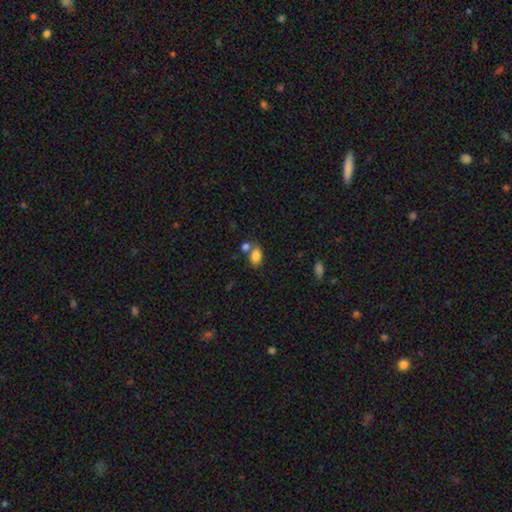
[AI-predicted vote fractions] This appears to be a smooth galaxy with no disk features (84%) that is in between round and cigar-shaped (84%). Merging: none (54%).